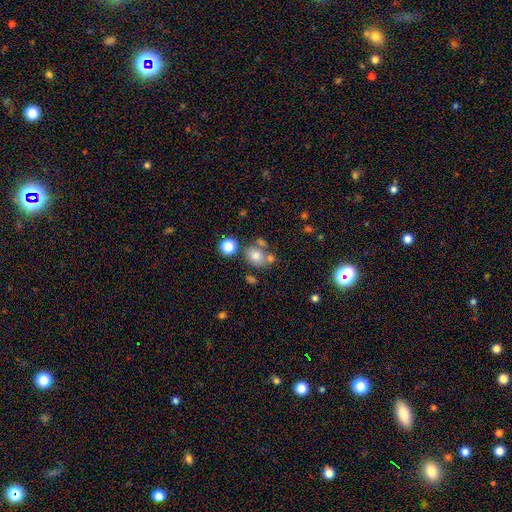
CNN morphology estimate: A smooth galaxy with no disk features (74%) that is round (55%).

Vote fractions:
- Smooth or featured? smooth: 74% / star or artifact: 14% / featured or disk: 12%
- How rounded? round: 55% / in between: 44% / cigar-shaped: 1%
- Merging? none: 54% / merger: 25% / minor disturbance: 14% / major disturbance: 7%